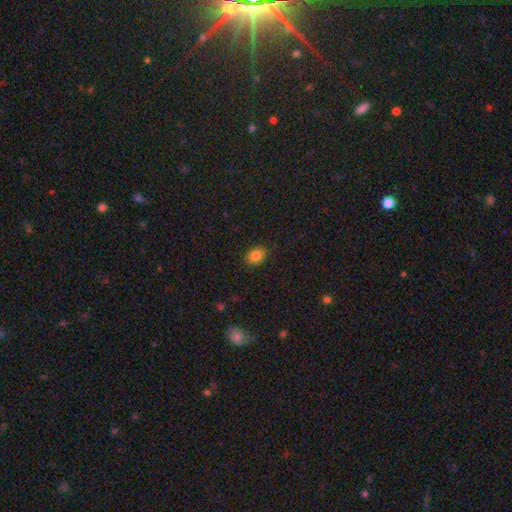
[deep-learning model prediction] A smooth galaxy with no disk features (85%) that is in between round and cigar-shaped (58%). Merging: none (87%).